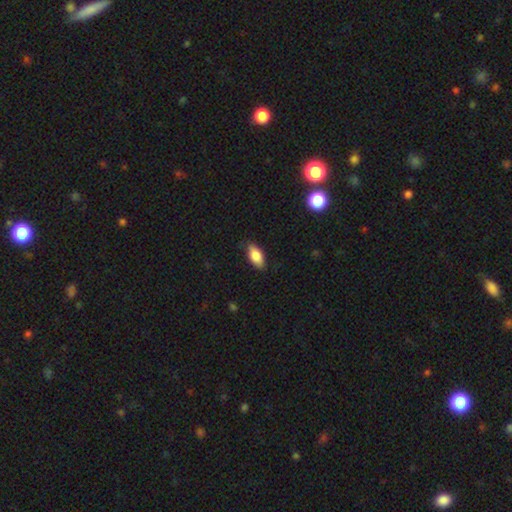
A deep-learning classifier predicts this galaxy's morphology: type=smooth (83%); roundness=in between (89%); merging=none (84%).